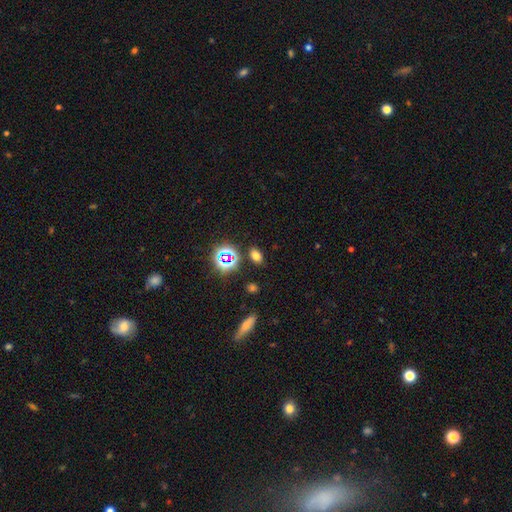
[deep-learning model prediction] Q: Smooth or featured?
A: smooth (65%); runner-up: star or artifact (27%)
Q: How rounded?
A: in between (83%); runner-up: round (15%)
Q: Merging?
A: none (84%); runner-up: minor disturbance (10%)